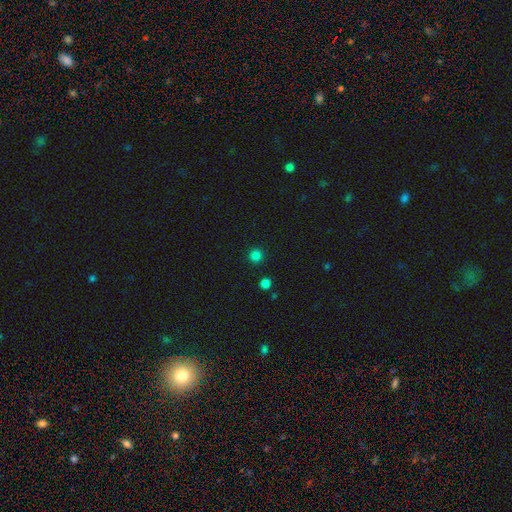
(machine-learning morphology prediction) Smooth or featured?
  - smooth: 81% *
  - star or artifact: 15%
  - featured or disk: 3%
How rounded?
  - round: 95% *
  - in between: 4%
  - cigar-shaped: 1%
Merging?
  - none: 91% *
  - minor disturbance: 5%
  - merger: 2%
  - major disturbance: 2%